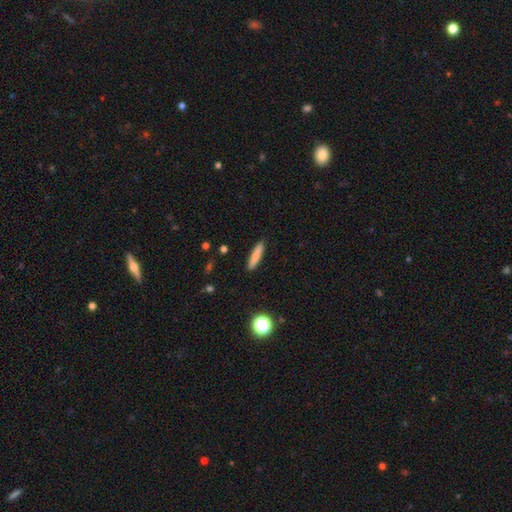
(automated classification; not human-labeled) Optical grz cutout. It shows a smooth galaxy with no disk features (82%) that is cigar-shaped (88%). Merging: none (90%).